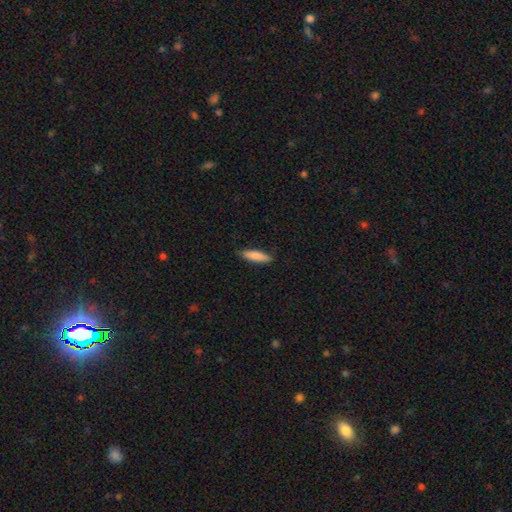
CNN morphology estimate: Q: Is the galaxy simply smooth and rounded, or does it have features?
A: smooth — 85%.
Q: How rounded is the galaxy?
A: cigar-shaped — 65%.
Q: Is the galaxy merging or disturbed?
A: none — 84%.